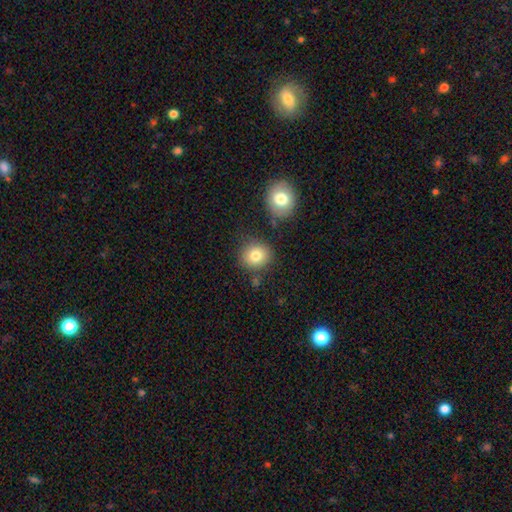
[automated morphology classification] smooth 80%, star or artifact 10%, featured or disk 9%. Down the decision tree: how rounded — round (84%); merging — none (79%).